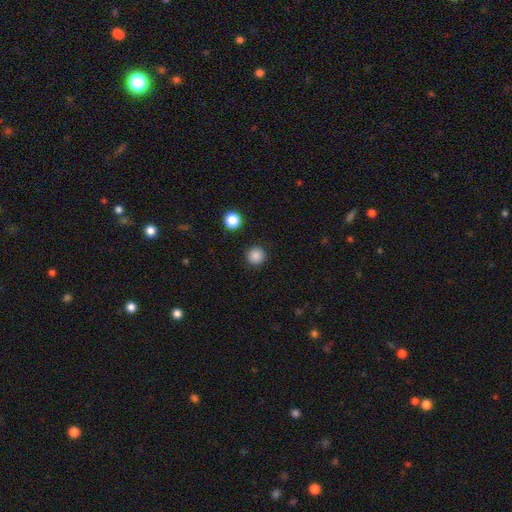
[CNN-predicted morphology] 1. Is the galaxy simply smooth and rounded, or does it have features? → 86% smooth, 11% star or artifact, 3% featured or disk.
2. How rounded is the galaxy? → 95% round, 4% in between, 1% cigar-shaped.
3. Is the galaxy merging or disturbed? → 92% none, 5% minor disturbance, 2% major disturbance, 1% merger.